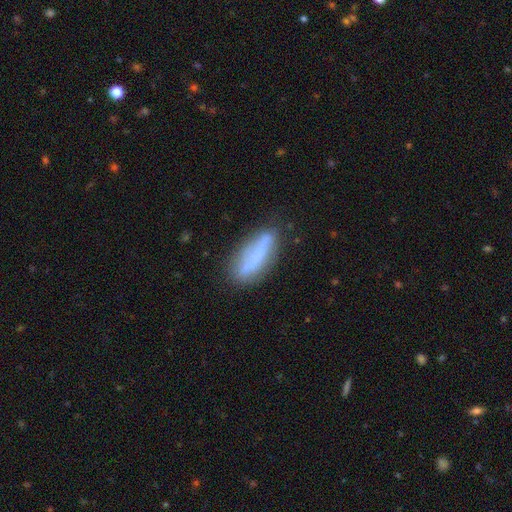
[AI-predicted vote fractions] Smooth or featured? Predicted: smooth (p=0.61). How rounded? Predicted: cigar-shaped (p=0.52). Merging? Predicted: none (p=0.65).